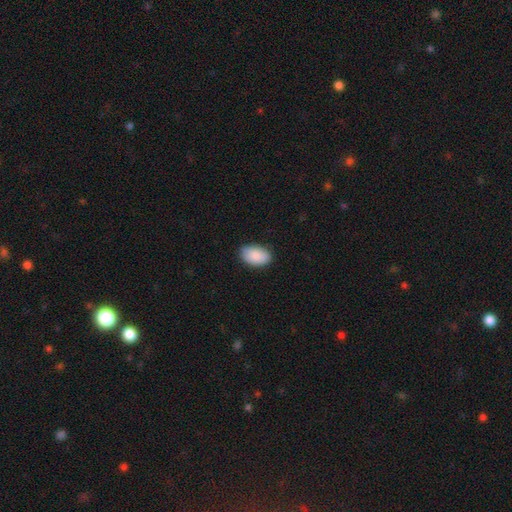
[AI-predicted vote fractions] A smooth galaxy with no disk features (89%) that is in between round and cigar-shaped (92%). Merging: none (84%).